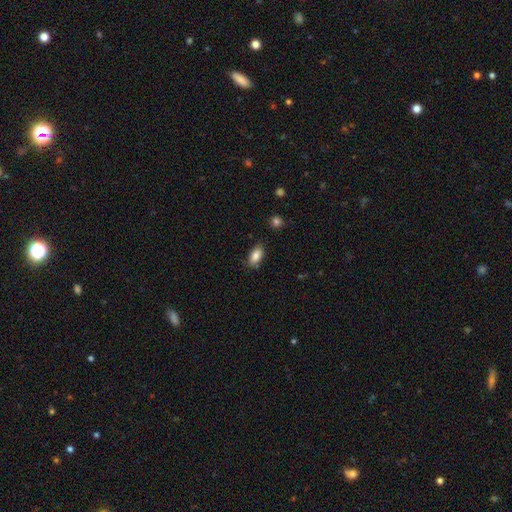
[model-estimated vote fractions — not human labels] Morphology: type=smooth (85%); roundness=in between (91%); merging=none (79%).